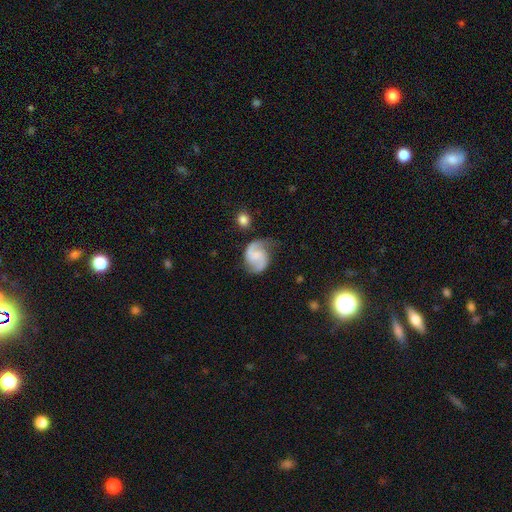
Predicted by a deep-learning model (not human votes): This is likely a featured or disk galaxy (79%). It is clearly not viewed edge-on (98%). Bar: marginally no (45%). Spiral arm pattern: clearly yes (96%). Spiral arm count: clearly 2 (91%). Spiral winding: possibly medium (49%). Central bulge: possibly none (47%). Merging: likely none (66%).